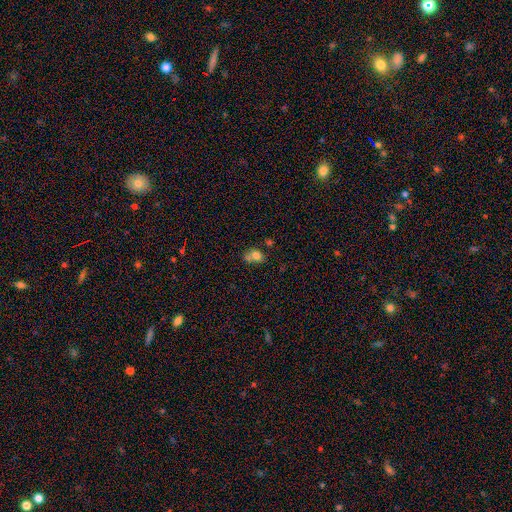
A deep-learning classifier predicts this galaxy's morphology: type=smooth (74%); roundness=in between (52%); merging=merger (40%).